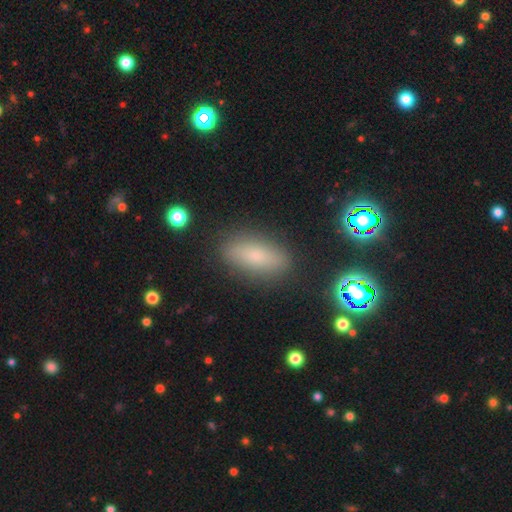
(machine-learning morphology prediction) Smooth or featured? smooth (73%)
How rounded? in between (78%)
Merging? none (86%)